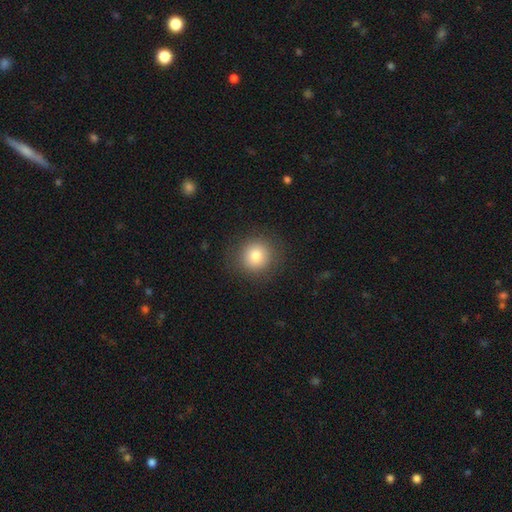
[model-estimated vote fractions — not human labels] smooth_or_featured: smooth (p=0.81) [alt: star or artifact p=0.10]
how_rounded: round (p=0.89) [alt: in between p=0.10]
merging: none (p=0.88) [alt: minor disturbance p=0.08]